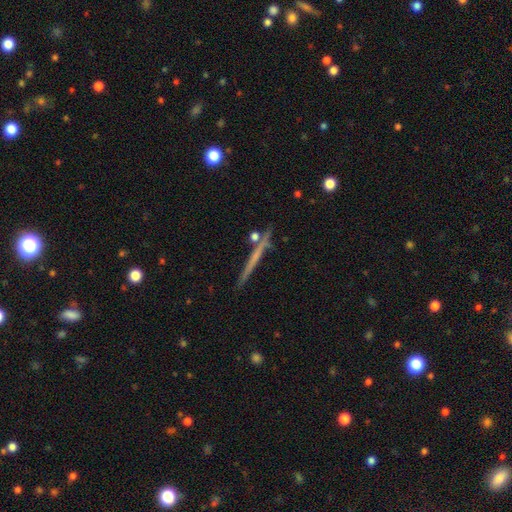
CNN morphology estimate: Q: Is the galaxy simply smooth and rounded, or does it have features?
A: featured or disk — 56%.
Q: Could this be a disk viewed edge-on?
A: yes — 96%.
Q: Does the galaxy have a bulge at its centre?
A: none — 86%.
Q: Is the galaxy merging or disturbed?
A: none — 85%.